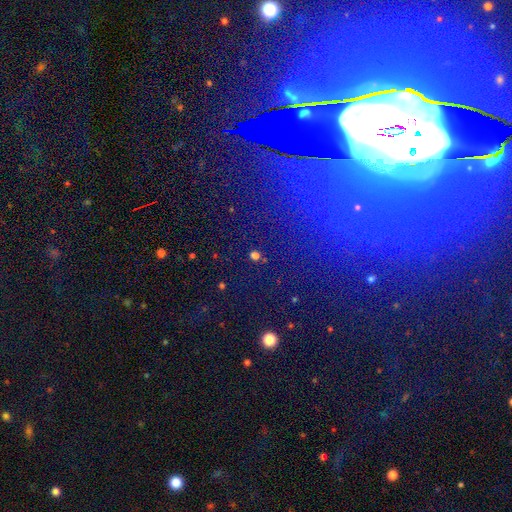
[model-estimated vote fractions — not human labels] Smooth or featured: smooth — 61% (star or artifact — 33%)
How rounded: round — 75% (in between — 23%)
Merging: none — 87% (minor disturbance — 7%)